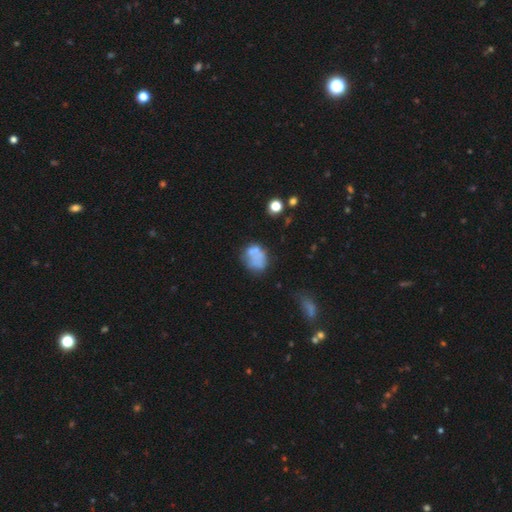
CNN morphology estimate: smooth_or_featured: smooth (p=0.51) [alt: featured or disk p=0.38]
how_rounded: in between (p=0.60) [alt: round p=0.38]
merging: none (p=0.40) [alt: minor disturbance p=0.24]